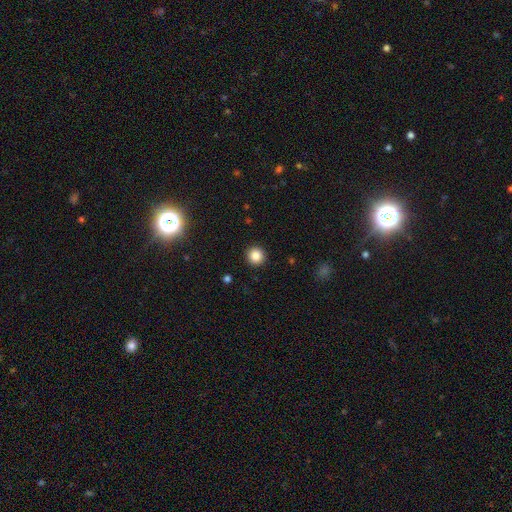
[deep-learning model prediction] Morphology: type=smooth (86%); roundness=round (95%); merging=none (93%).